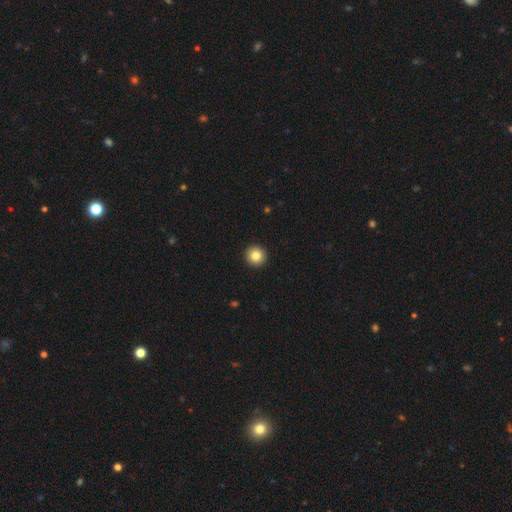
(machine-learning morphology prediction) Smooth or featured: smooth — 83% (star or artifact — 10%)
How rounded: round — 95% (in between — 4%)
Merging: none — 94% (minor disturbance — 4%)